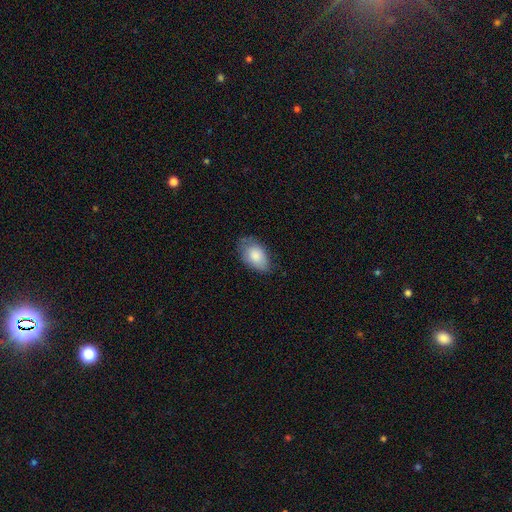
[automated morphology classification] This is clearly a smooth galaxy (83%). How rounded: clearly in between (91%). Merging: likely none (66%).